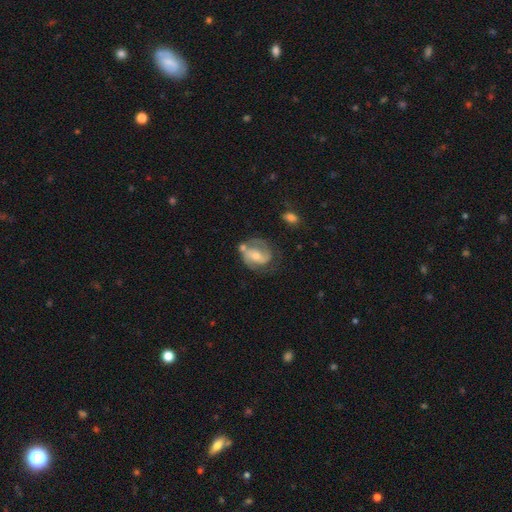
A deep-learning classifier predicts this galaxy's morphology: The model was most divided on "bar": no: 42%, weak: 40%, strong: 18%. Remaining: edge-on disk — no (97%); spiral arms — yes (91%); smooth or featured — featured or disk (77%); spiral arm count — 2 (76%); merging — none (55%); bulge size — moderate (53%); spiral winding — medium (48%).